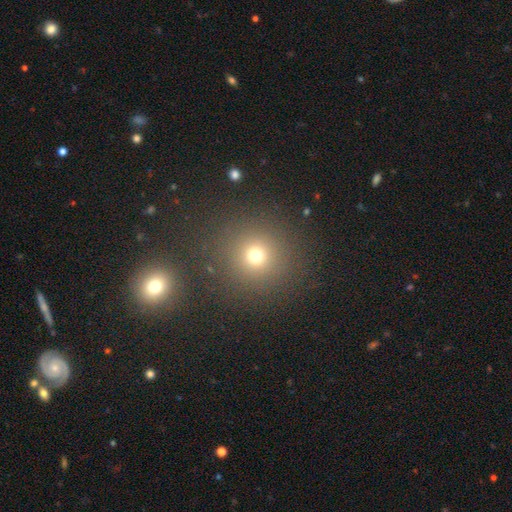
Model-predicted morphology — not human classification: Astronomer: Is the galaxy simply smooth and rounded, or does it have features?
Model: smooth — 69%.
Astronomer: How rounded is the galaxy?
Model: round — 93%.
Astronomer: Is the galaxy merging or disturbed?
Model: none — 85%.